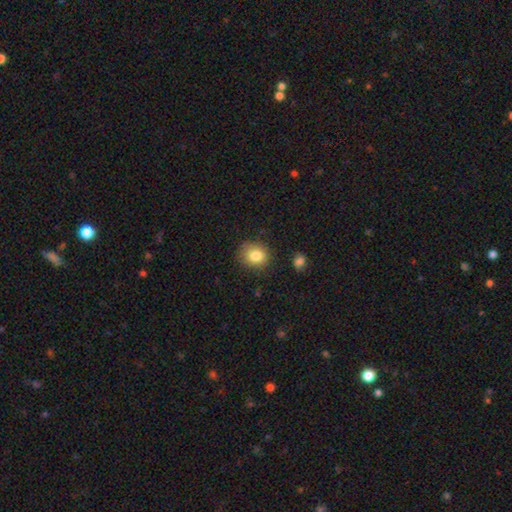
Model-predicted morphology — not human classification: A smooth galaxy with no disk features (83%) that is round (69%).

Vote fractions:
- Smooth or featured? smooth: 83% / star or artifact: 9% / featured or disk: 8%
- How rounded? round: 69% / in between: 30% / cigar-shaped: 1%
- Merging? none: 80% / minor disturbance: 15% / major disturbance: 3% / merger: 2%